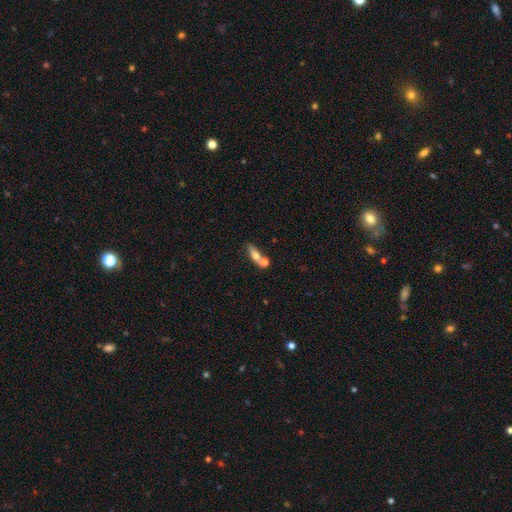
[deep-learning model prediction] This is likely a smooth galaxy (67%). How rounded: possibly in between (58%). Merging: possibly merger (48%).